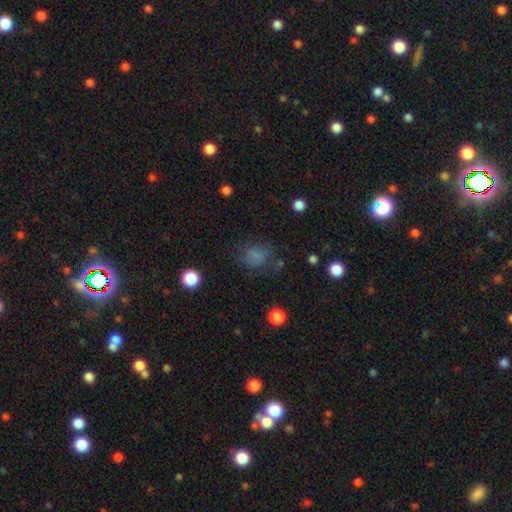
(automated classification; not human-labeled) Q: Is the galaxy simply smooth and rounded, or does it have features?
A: smooth — 75%.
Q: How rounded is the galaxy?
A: round — 70%.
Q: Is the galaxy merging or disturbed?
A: none — 65%.